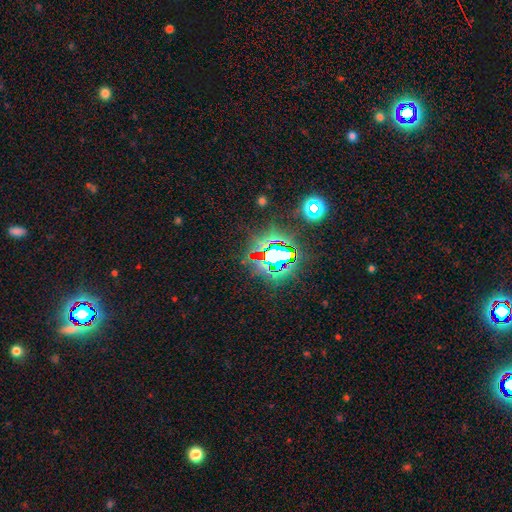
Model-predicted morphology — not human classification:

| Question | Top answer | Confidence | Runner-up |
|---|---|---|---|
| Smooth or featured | star or artifact | 85% | smooth (9%) |